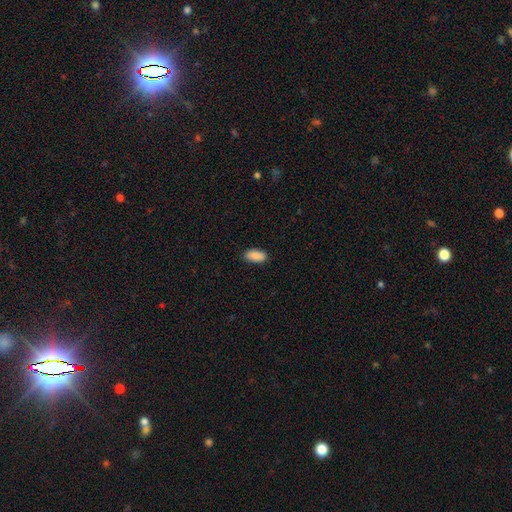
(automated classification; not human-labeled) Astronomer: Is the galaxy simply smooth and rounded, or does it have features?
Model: smooth — 90%.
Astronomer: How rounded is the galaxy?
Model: in between — 92%.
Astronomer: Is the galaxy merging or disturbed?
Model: none — 88%.